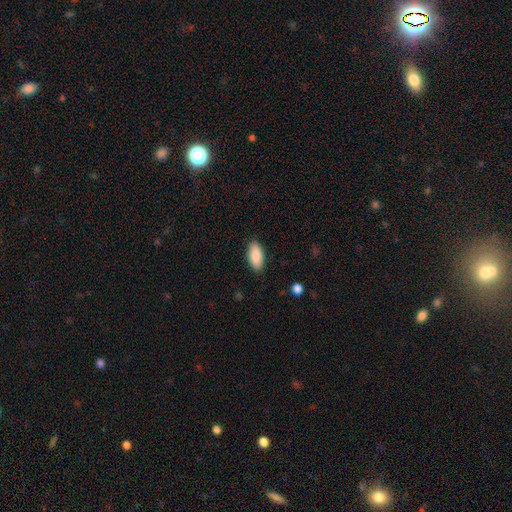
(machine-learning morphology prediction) Smooth or featured? Predicted: smooth (p=0.89). How rounded? Predicted: in between (p=0.91). Merging? Predicted: none (p=0.88).